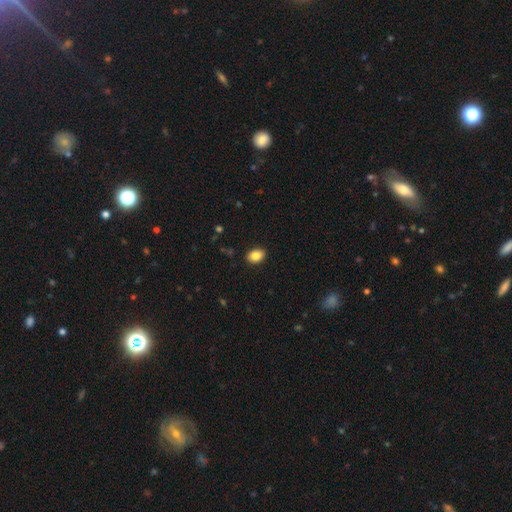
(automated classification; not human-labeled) A smooth galaxy with no disk features (86%) that is in between round and cigar-shaped (80%).

Vote fractions:
- Smooth or featured? smooth: 86% / star or artifact: 8% / featured or disk: 6%
- How rounded? in between: 80% / round: 19% / cigar-shaped: 1%
- Merging? none: 90% / minor disturbance: 8% / major disturbance: 2% / merger: 1%